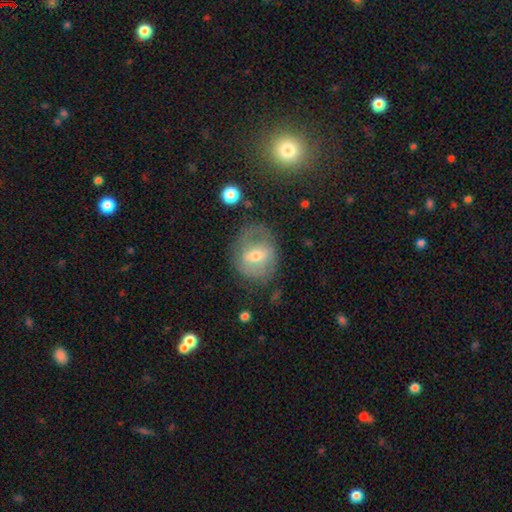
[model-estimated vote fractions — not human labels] The model was most divided on "bar": weak: 47%, strong: 27%, no: 26%. More confident: edge-on disk — no (95%); merging — none (64%); bulge size — moderate (61%); spiral arms — yes (61%); smooth or featured — featured or disk (58%).